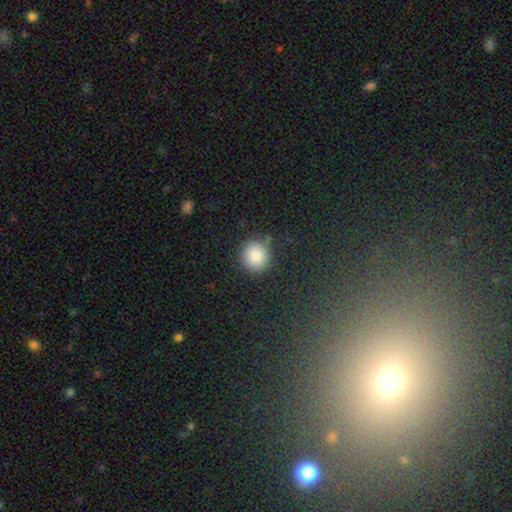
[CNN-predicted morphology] Smooth or featured? Predicted: smooth (p=0.85). How rounded? Predicted: round (p=0.90). Merging? Predicted: none (p=0.84).